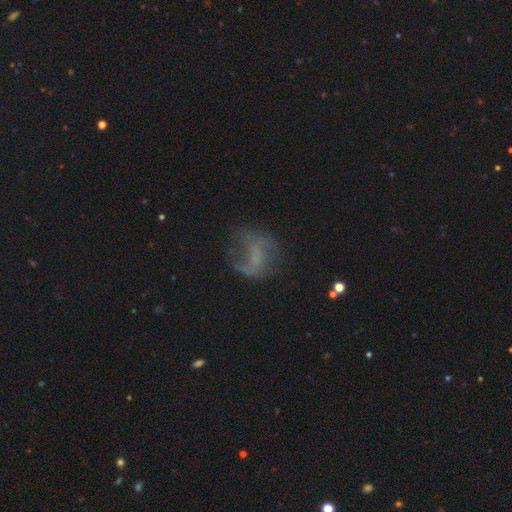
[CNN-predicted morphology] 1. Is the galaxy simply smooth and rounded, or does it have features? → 51% featured or disk, 31% smooth, 18% star or artifact.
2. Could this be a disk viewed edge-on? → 96% no, 4% yes.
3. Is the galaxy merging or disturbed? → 50% none, 27% major disturbance, 20% minor disturbance, 3% merger.